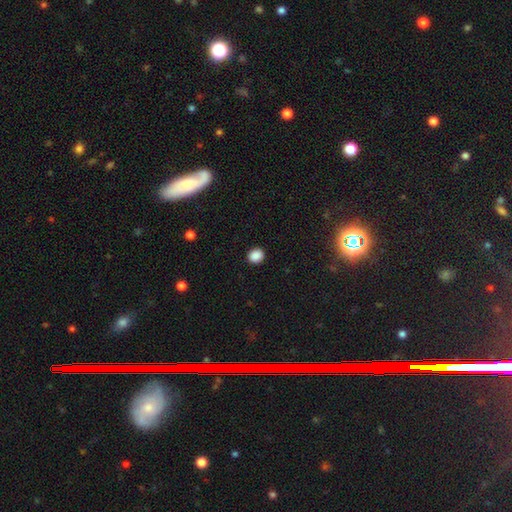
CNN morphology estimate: Smooth or featured? Predicted: smooth (p=0.88). How rounded? Predicted: round (p=0.72). Merging? Predicted: none (p=0.91).